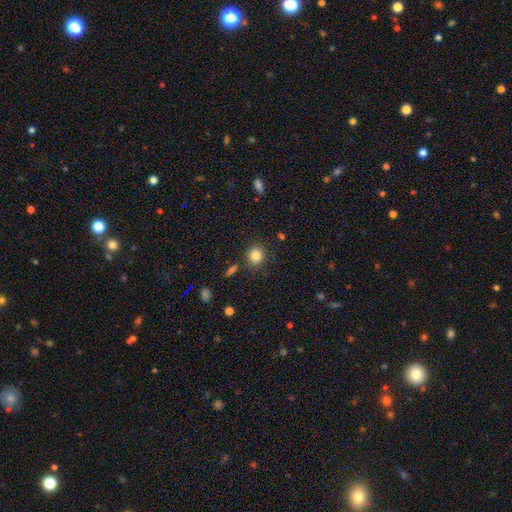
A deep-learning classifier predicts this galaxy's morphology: Smooth or featured? smooth (83%)
How rounded? round (84%)
Merging? none (86%)